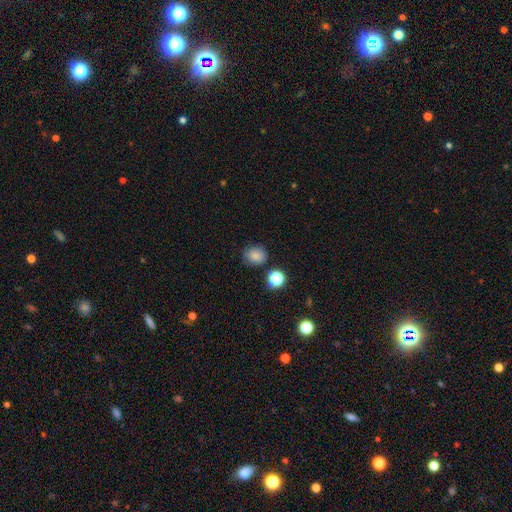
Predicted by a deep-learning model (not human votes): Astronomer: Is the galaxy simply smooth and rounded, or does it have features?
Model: smooth — 81%.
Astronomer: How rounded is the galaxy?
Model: round — 69%.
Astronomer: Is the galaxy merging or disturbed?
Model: none — 77%.